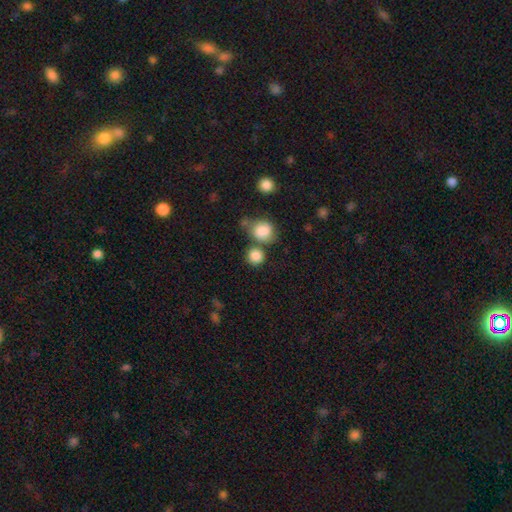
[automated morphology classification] smooth_or_featured: smooth (p=0.86) [alt: star or artifact p=0.09]
how_rounded: round (p=0.87) [alt: in between p=0.11]
merging: none (p=0.60) [alt: merger p=0.26]